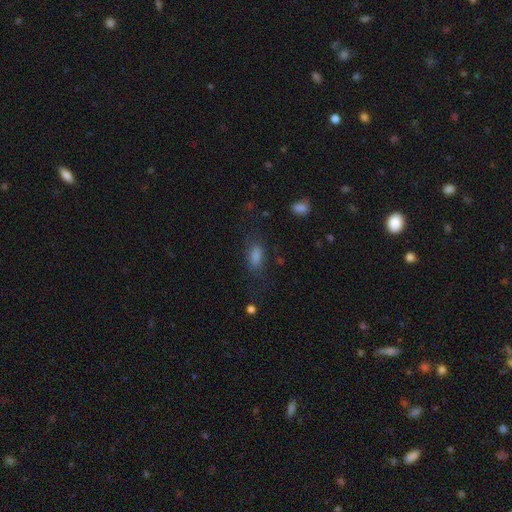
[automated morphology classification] This appears to be a smooth galaxy with no disk features (67%) that is in between round and cigar-shaped (74%). Merging: none (68%).